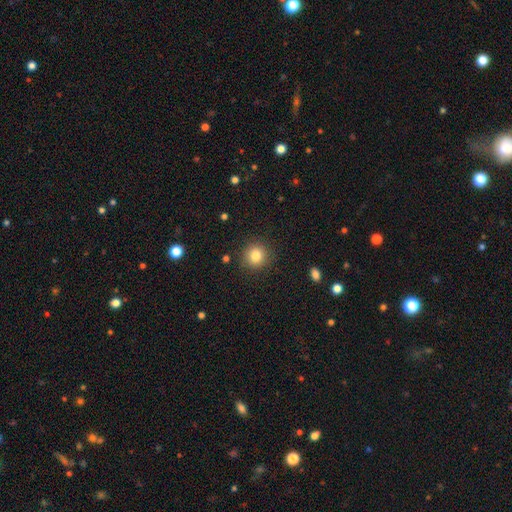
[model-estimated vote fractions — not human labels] Smooth or featured? Predicted: smooth (p=0.81). How rounded? Predicted: round (p=0.92). Merging? Predicted: none (p=0.89).